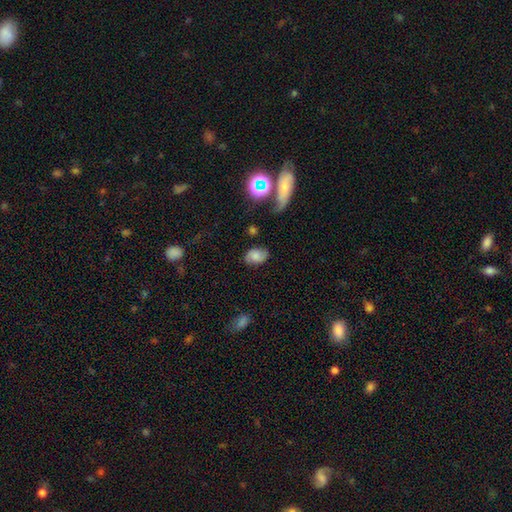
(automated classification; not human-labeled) Smooth or featured? Predicted: smooth (p=0.61). How rounded? Predicted: in between (p=0.83). Merging? Predicted: none (p=0.73).